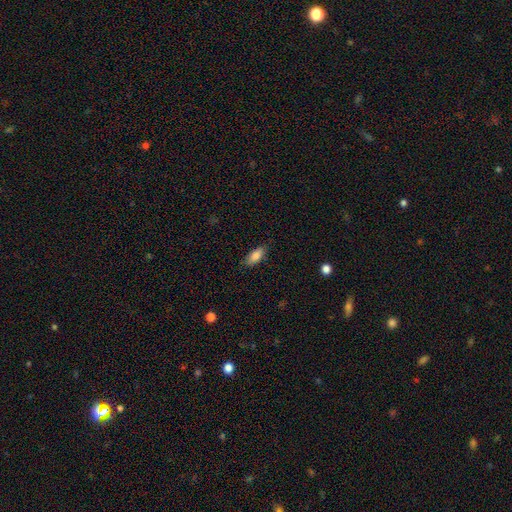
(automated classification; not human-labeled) Smooth or featured? Predicted: smooth (p=0.84). How rounded? Predicted: in between (p=0.83). Merging? Predicted: none (p=0.83).